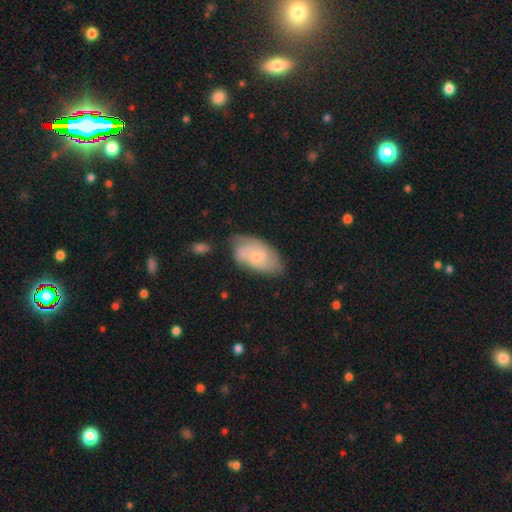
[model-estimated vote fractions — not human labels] Morphology: type=featured or disk (50%); edge-on=no (94%); merging=none (62%).